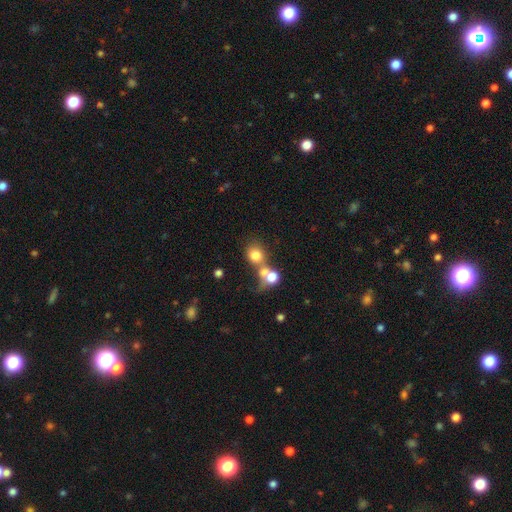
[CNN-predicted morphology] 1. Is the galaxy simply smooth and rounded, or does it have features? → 74% smooth, 13% featured or disk, 12% star or artifact.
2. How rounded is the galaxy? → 72% round, 27% in between, 1% cigar-shaped.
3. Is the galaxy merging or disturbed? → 50% merger, 33% none, 8% minor disturbance, 8% major disturbance.